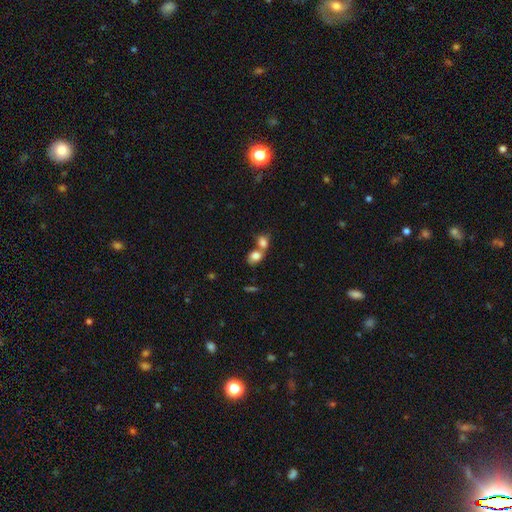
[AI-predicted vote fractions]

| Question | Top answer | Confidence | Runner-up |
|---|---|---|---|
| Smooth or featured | smooth | 79% | featured or disk (12%) |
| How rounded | in between | 61% | round (37%) |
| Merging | merger | 63% | none (25%) |